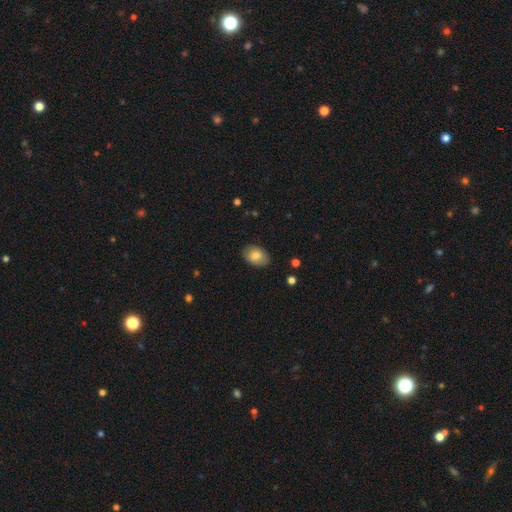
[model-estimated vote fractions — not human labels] Smooth or featured? smooth (79%)
How rounded? in between (85%)
Merging? none (83%)